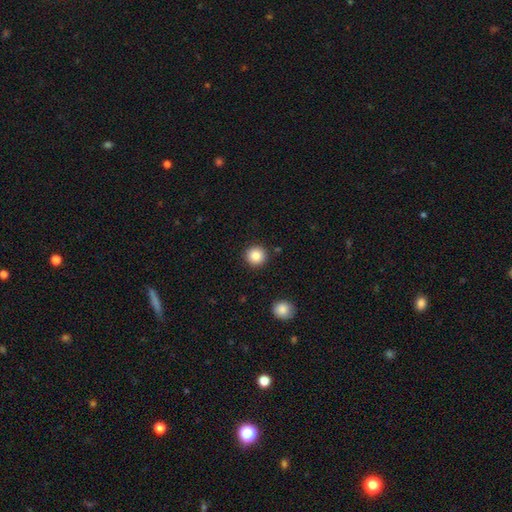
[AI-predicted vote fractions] smooth 86%, star or artifact 9%, featured or disk 5%. Down the decision tree: how rounded — round (95%); merging — none (91%).